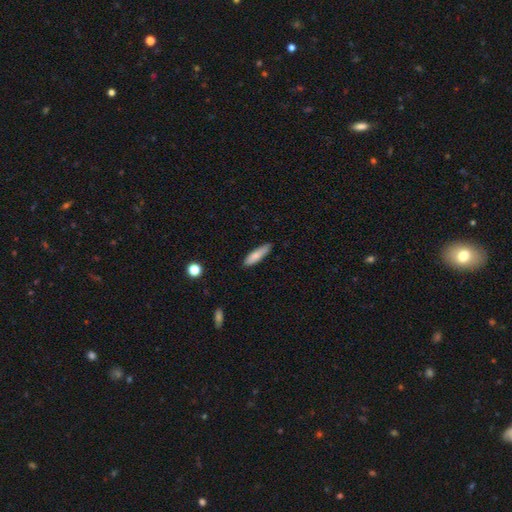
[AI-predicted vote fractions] Smooth or featured?
  - smooth: 80% *
  - featured or disk: 14%
  - star or artifact: 6%
How rounded?
  - cigar-shaped: 72% *
  - in between: 27%
  - round: 2%
Merging?
  - none: 84% *
  - minor disturbance: 13%
  - major disturbance: 2%
  - merger: 1%